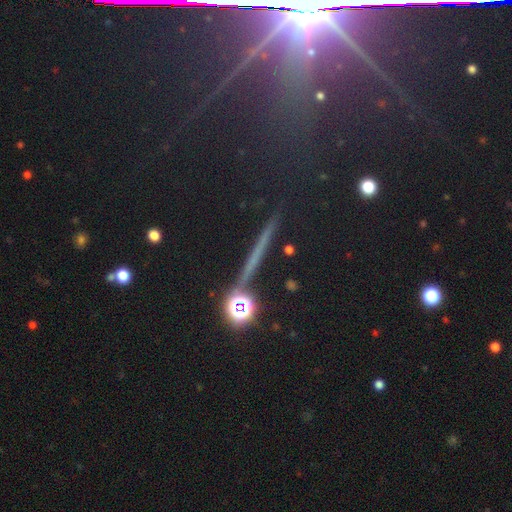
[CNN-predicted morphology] smooth_or_featured: star or artifact (p=0.39) [alt: featured or disk p=0.38]